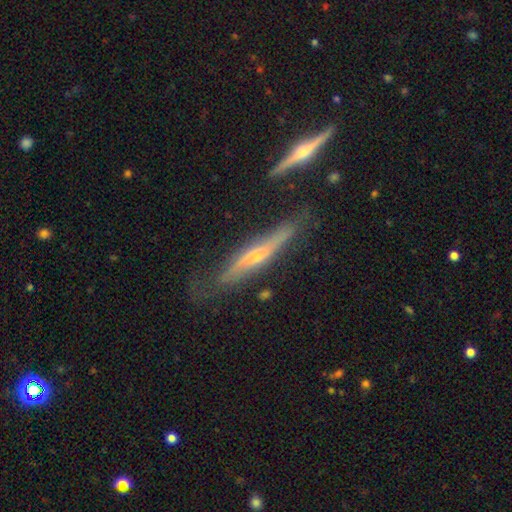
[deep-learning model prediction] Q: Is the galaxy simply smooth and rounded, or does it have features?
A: featured or disk — 72%.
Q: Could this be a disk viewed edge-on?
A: yes — 88%.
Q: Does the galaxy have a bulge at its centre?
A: rounded — 84%.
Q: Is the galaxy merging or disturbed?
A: none — 64%.